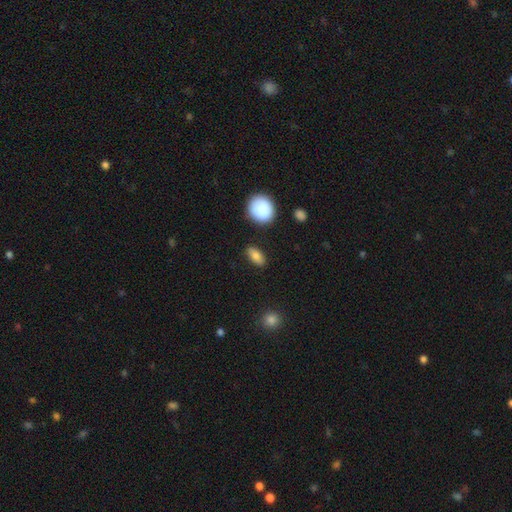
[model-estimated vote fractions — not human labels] Morphology: type=smooth (83%); roundness=in between (86%); merging=none (85%).